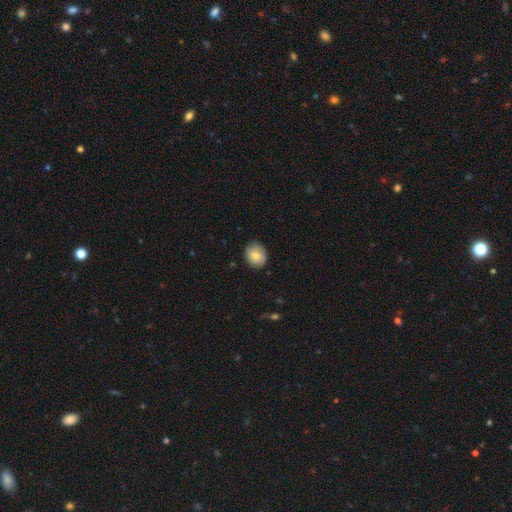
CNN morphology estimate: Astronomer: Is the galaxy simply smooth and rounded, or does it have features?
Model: smooth — 77%.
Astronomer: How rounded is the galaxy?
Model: round — 68%.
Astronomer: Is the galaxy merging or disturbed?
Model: none — 81%.